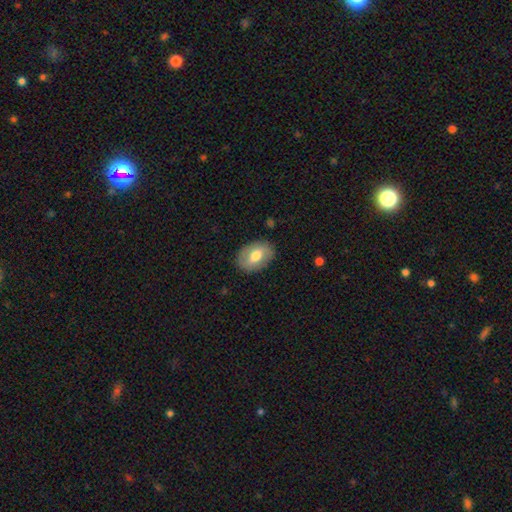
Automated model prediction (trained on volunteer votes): Morphology: type=smooth (62%); roundness=in between (82%); merging=none (84%).